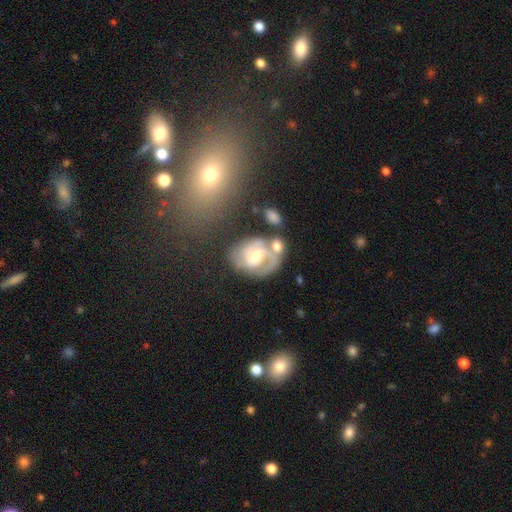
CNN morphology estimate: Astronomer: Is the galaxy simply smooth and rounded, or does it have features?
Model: featured or disk — 79%.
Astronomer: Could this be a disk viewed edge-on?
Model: no — 97%.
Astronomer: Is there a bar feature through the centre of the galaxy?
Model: weak — 50% (runner-up: no, 35%).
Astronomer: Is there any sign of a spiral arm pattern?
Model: yes — 92%.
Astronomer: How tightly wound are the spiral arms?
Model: medium — 46% (runner-up: tight, 40%).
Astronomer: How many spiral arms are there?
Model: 2 — 55%.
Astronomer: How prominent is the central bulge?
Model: moderate — 62%.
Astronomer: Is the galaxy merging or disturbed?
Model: none — 45% (runner-up: merger, 24%).